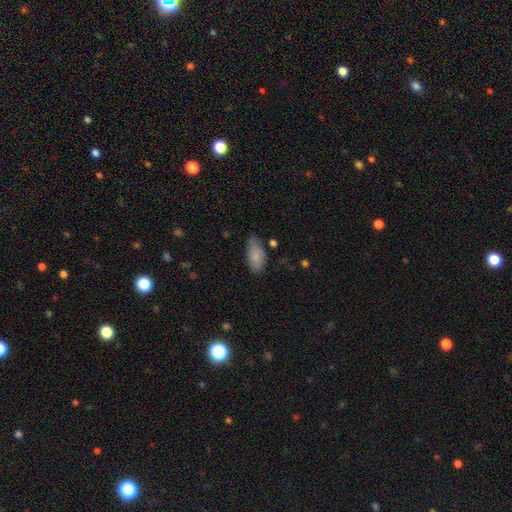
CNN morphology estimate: A smooth galaxy with no disk features (84%) that is in between round and cigar-shaped (91%).

Vote fractions:
- Smooth or featured? smooth: 84% / featured or disk: 10% / star or artifact: 6%
- How rounded? in between: 91% / cigar-shaped: 7% / round: 2%
- Merging? none: 67% / minor disturbance: 26% / major disturbance: 5% / merger: 3%